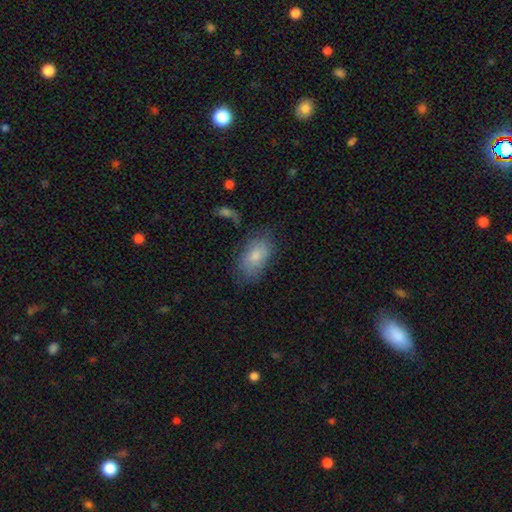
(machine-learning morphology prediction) type=smooth (77%); roundness=in between (92%); merging=none (64%).